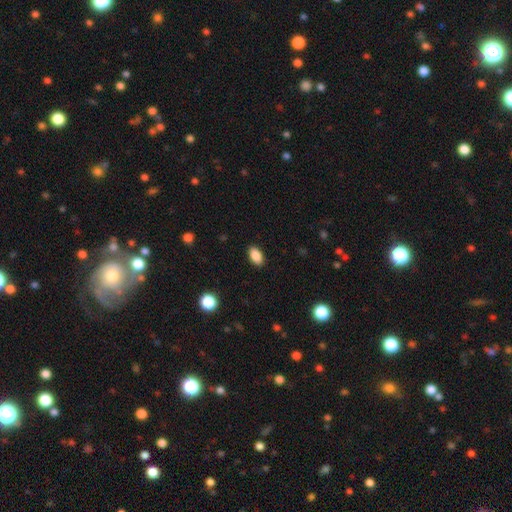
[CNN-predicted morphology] Smooth or featured? smooth (88%)
How rounded? in between (92%)
Merging? none (89%)